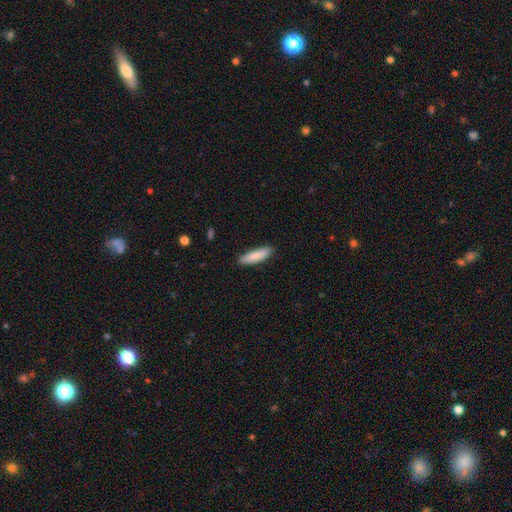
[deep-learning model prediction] A smooth galaxy with no disk features (85%) that is cigar-shaped (71%).

Vote fractions:
- Smooth or featured? smooth: 85% / featured or disk: 9% / star or artifact: 5%
- How rounded? cigar-shaped: 71% / in between: 28% / round: 1%
- Merging? none: 88% / minor disturbance: 9% / major disturbance: 2% / merger: 1%